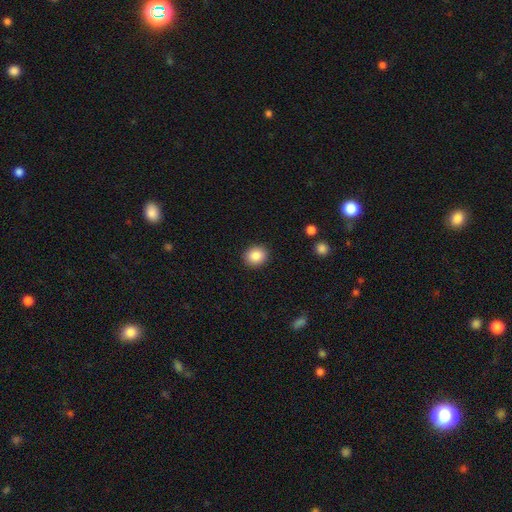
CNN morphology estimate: Smooth or featured?
  - smooth: 87% *
  - star or artifact: 9%
  - featured or disk: 4%
How rounded?
  - round: 70% *
  - in between: 29%
  - cigar-shaped: 1%
Merging?
  - none: 90% *
  - minor disturbance: 6%
  - major disturbance: 2%
  - merger: 1%